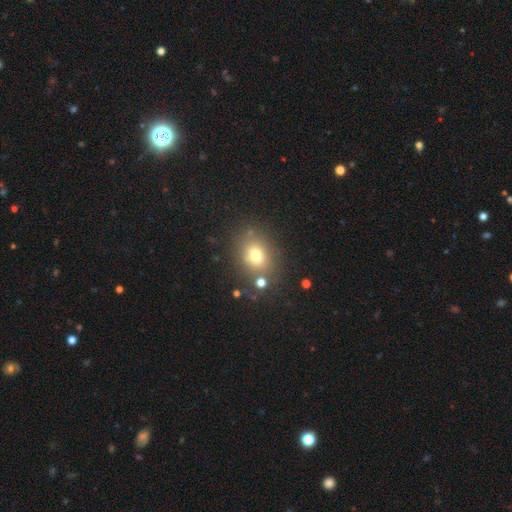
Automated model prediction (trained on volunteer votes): smooth-or-featured: smooth: 73% | star or artifact: 15% | featured or disk: 12%
  how-rounded: in between: 50% | round: 49% | cigar-shaped: 1%
  merging: none: 74% | minor disturbance: 12% | merger: 9% | major disturbance: 5%